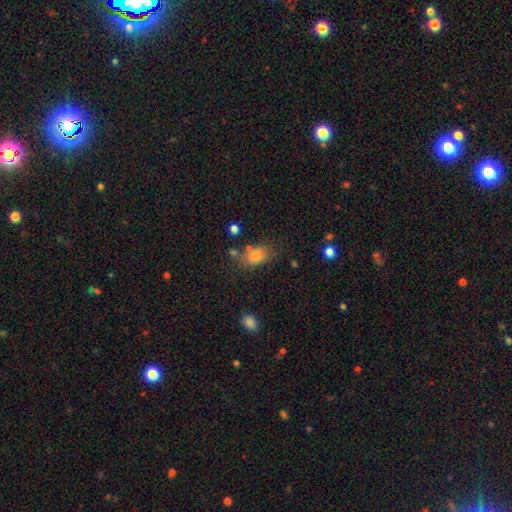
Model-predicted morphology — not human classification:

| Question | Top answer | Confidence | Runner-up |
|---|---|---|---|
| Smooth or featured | smooth | 79% | star or artifact (11%) |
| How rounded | in between | 81% | round (16%) |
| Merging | none | 64% | minor disturbance (19%) |